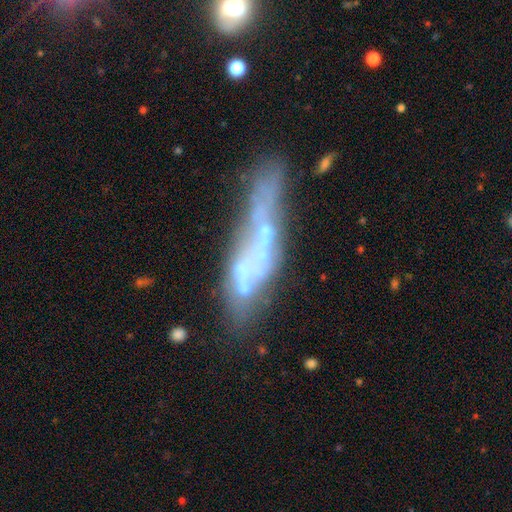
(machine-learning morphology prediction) This is likely a featured or disk galaxy (66%). It is likely not viewed edge-on (62%). Merging: possibly none (46%).